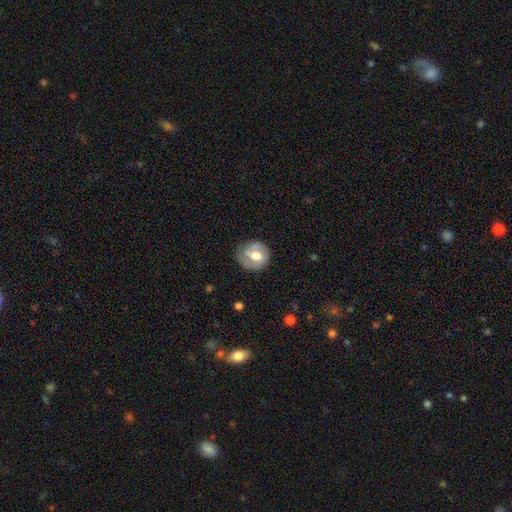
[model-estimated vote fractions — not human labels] Q: Smooth or featured?
A: featured or disk (51%); runner-up: smooth (43%)
Q: Edge-on disk?
A: no (96%); runner-up: yes (4%)
Q: Merging?
A: none (68%); runner-up: minor disturbance (22%)